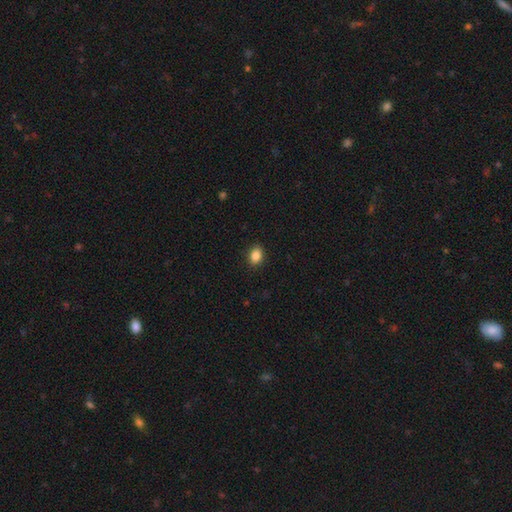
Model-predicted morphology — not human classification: This appears to be a smooth galaxy with no disk features (87%) that is in between round and cigar-shaped (71%). Merging: none (89%).